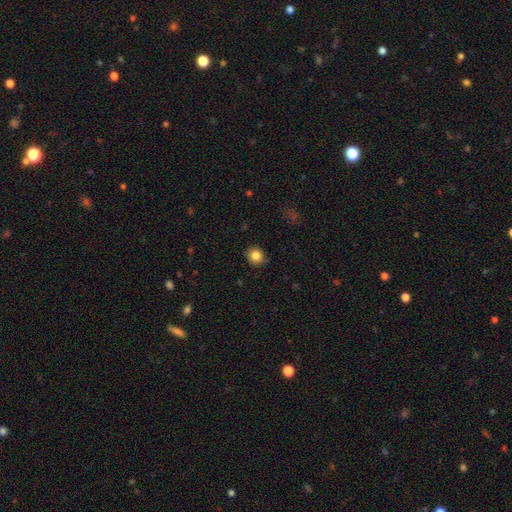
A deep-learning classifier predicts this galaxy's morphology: smooth-or-featured: smooth: 84% | star or artifact: 10% | featured or disk: 6%
  how-rounded: round: 77% | in between: 22% | cigar-shaped: 1%
  merging: none: 88% | minor disturbance: 9% | major disturbance: 2% | merger: 1%